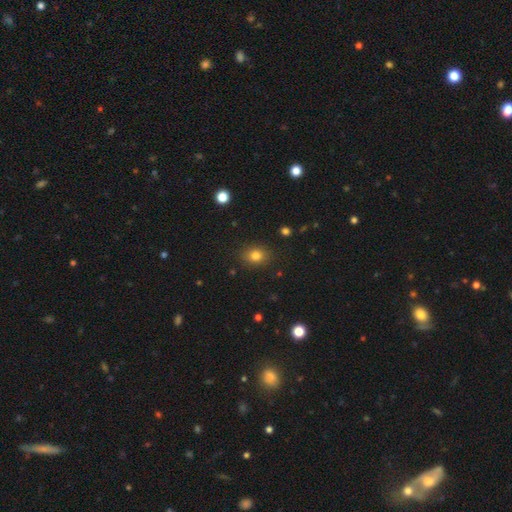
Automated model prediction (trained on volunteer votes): Smooth or featured: smooth — 81% (star or artifact — 13%)
How rounded: round — 56% (in between — 43%)
Merging: none — 87% (minor disturbance — 9%)